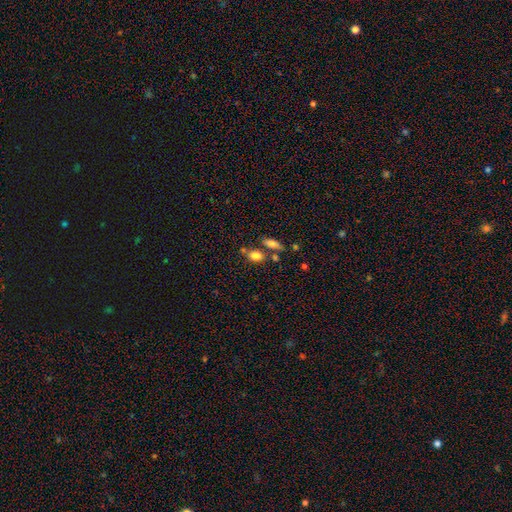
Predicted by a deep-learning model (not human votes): smooth_or_featured: smooth (p=0.79) [alt: featured or disk p=0.11]
how_rounded: in between (p=0.77) [alt: round p=0.17]
merging: none (p=0.57) [alt: merger p=0.25]